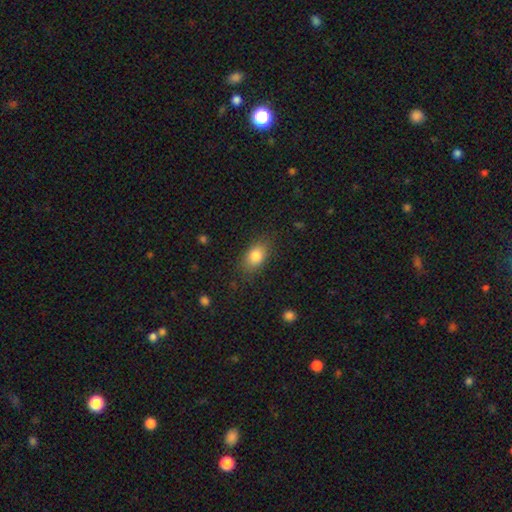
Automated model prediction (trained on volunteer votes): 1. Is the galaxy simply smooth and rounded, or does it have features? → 83% smooth, 9% featured or disk, 8% star or artifact.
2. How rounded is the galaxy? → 83% in between, 14% round, 3% cigar-shaped.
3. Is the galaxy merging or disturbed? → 82% none, 13% minor disturbance, 4% major disturbance, 1% merger.